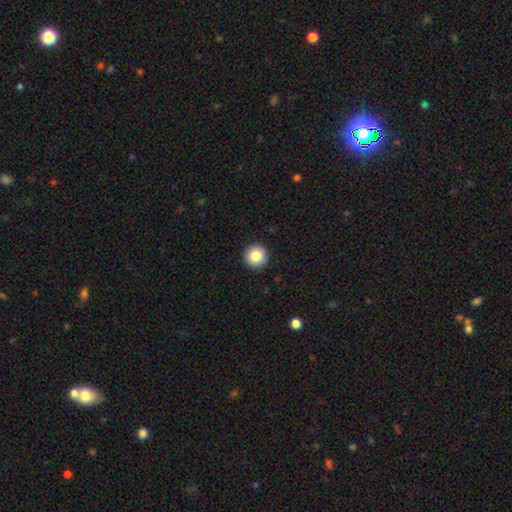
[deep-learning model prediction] A smooth galaxy with no disk features (86%) that is round (96%).

Vote fractions:
- Smooth or featured? smooth: 86% / star or artifact: 9% / featured or disk: 5%
- How rounded? round: 96% / in between: 3% / cigar-shaped: 1%
- Merging? none: 93% / minor disturbance: 4% / major disturbance: 1% / merger: 1%